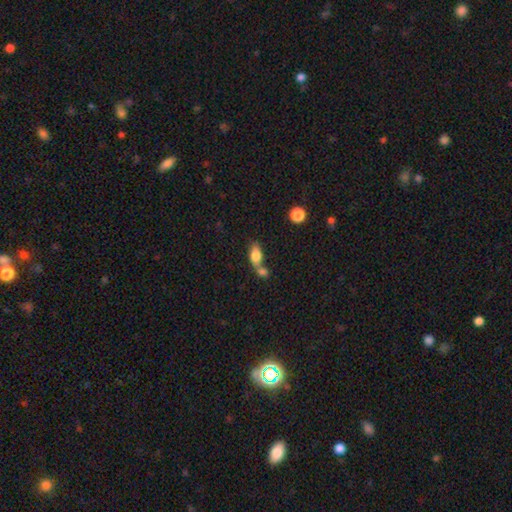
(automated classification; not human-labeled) smooth-or-featured: smooth: 78% | featured or disk: 14% | star or artifact: 9%
  how-rounded: in between: 83% | round: 10% | cigar-shaped: 7%
  merging: merger: 55% | none: 30% | minor disturbance: 10% | major disturbance: 5%